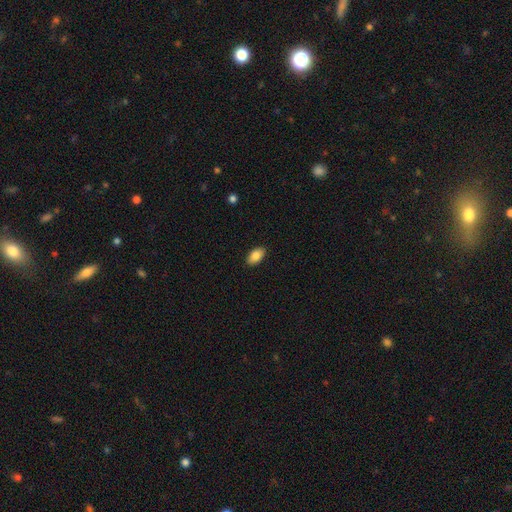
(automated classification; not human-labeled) Overall: smooth (87%). How rounded: in between (93%). Merging: none (89%).